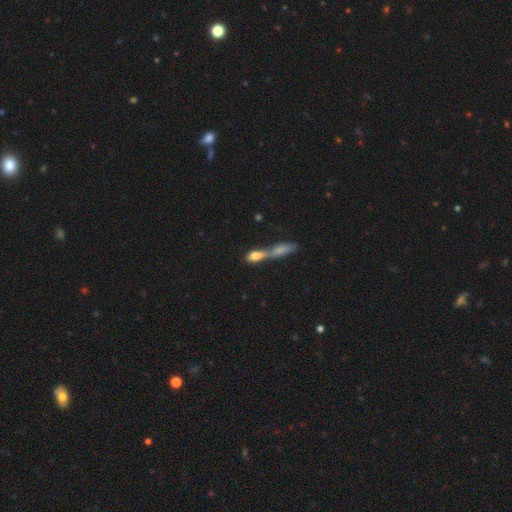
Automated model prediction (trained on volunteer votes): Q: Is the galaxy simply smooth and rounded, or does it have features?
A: smooth — 69%.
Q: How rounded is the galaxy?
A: in between — 64%.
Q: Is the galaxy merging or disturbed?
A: merger — 73%.